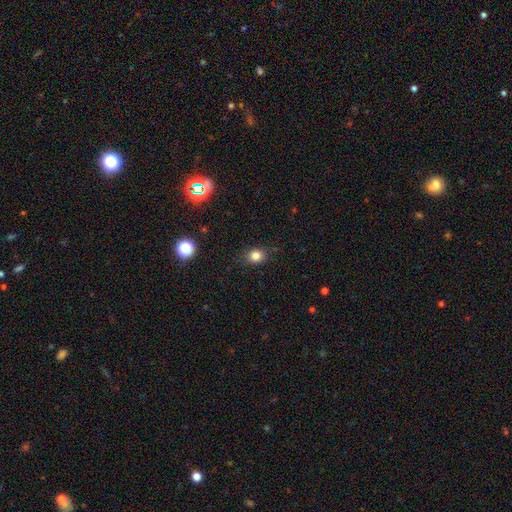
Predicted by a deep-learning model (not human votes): Overall: smooth (81%). How rounded: round (61%; in between 38%). Merging: none (81%).